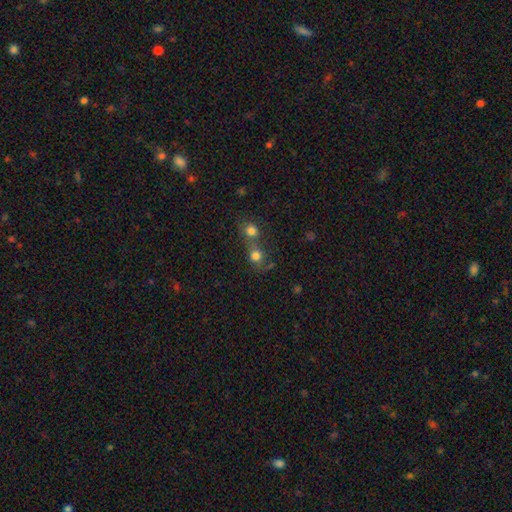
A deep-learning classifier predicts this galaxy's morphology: This appears to be a smooth galaxy with no disk features (77%) that is round (83%). Merging: merger (49%).